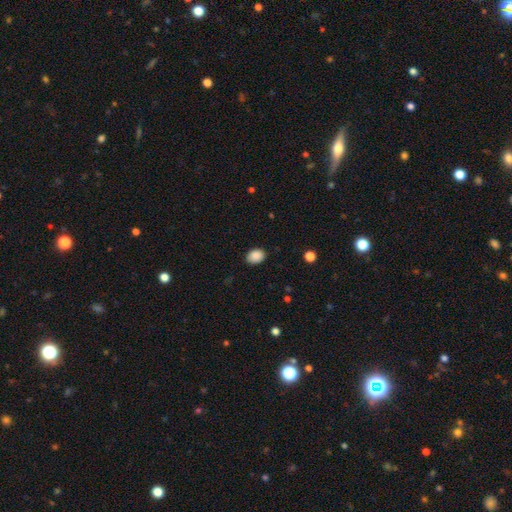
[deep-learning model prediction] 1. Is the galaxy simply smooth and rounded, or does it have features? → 89% smooth, 8% star or artifact, 3% featured or disk.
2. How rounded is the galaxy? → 67% in between, 32% round, 1% cigar-shaped.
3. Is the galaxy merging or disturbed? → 87% none, 10% minor disturbance, 2% major disturbance, 1% merger.